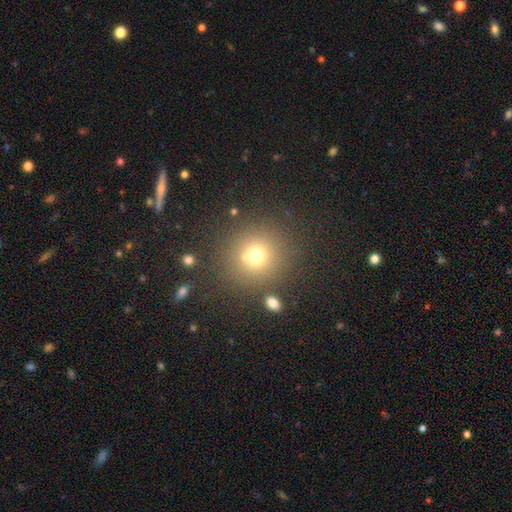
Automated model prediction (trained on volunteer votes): smooth-or-featured: smooth: 70% | star or artifact: 19% | featured or disk: 12%
  how-rounded: round: 91% | in between: 8% | cigar-shaped: 1%
  merging: none: 77% | merger: 11% | minor disturbance: 8% | major disturbance: 4%